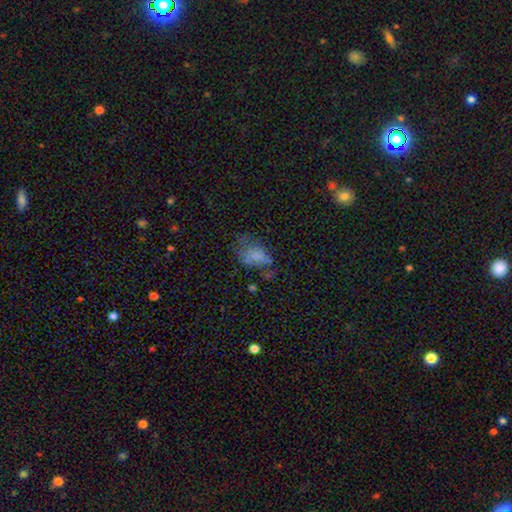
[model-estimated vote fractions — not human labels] This is likely a smooth galaxy (63%). How rounded: clearly in between (81%). Merging: marginally none (34%).